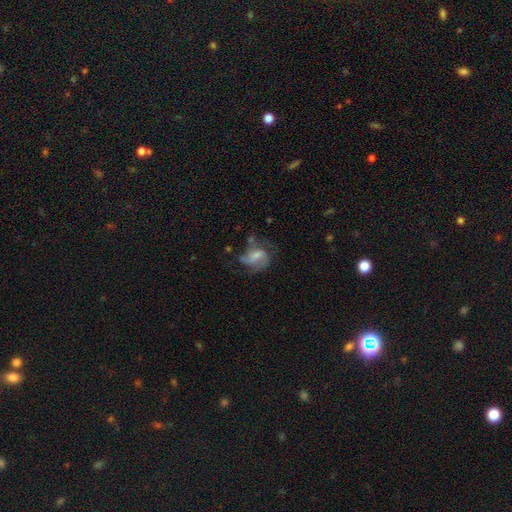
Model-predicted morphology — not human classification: Overall: featured or disk (63%; smooth 28%). Edge-on disk: no (97%). Bar: no (47%; weak 42%). Spiral arms: yes (81%). Bulge size: small (45%; moderate 34%). Merging: none (42%; major disturbance 29%).